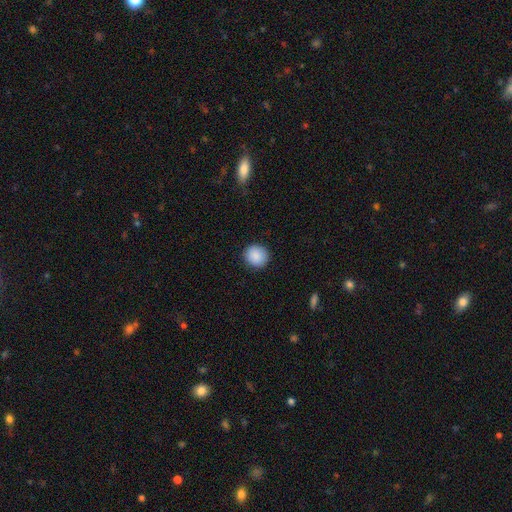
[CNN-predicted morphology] Smooth or featured? smooth (89%)
How rounded? round (89%)
Merging? none (90%)